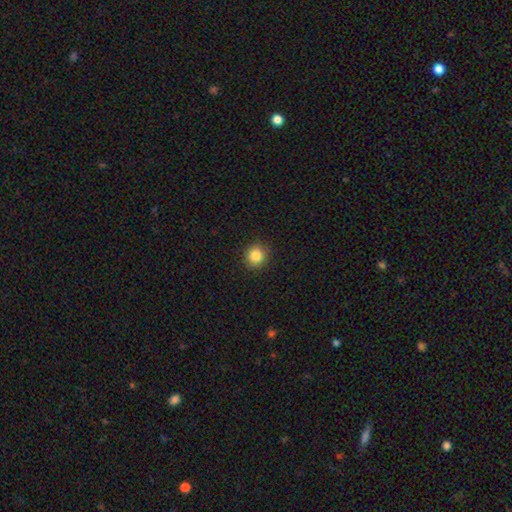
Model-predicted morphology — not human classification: smooth 84%, star or artifact 11%, featured or disk 5%. Down the decision tree: how rounded — round (91%); merging — none (92%).